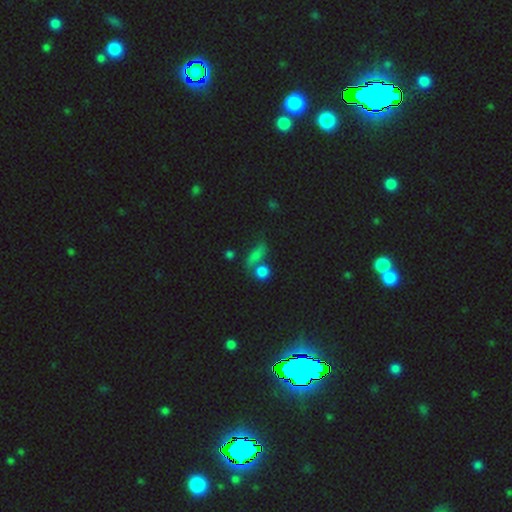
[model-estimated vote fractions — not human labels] Smooth or featured?
  - smooth: 67% *
  - star or artifact: 20%
  - featured or disk: 12%
How rounded?
  - in between: 47% *
  - round: 30%
  - cigar-shaped: 23%
Merging?
  - none: 50% *
  - merger: 25%
  - minor disturbance: 15%
  - major disturbance: 10%